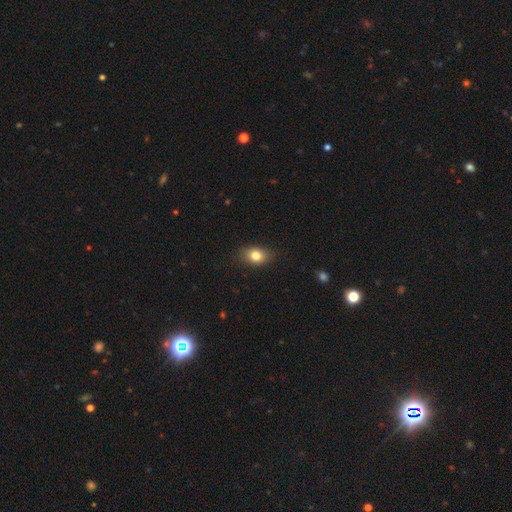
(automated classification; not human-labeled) smooth 81%, star or artifact 10%, featured or disk 9%. Down the decision tree: how rounded — in between (68%); merging — none (82%).